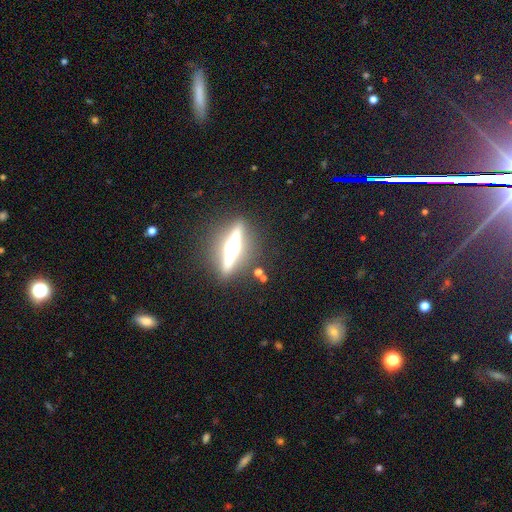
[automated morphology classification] Q: Smooth or featured?
A: featured or disk (61%); runner-up: smooth (22%)
Q: Edge-on disk?
A: yes (91%); runner-up: no (9%)
Q: Edge-on bulge?
A: rounded (83%); runner-up: none (9%)
Q: Merging?
A: none (84%); runner-up: minor disturbance (10%)